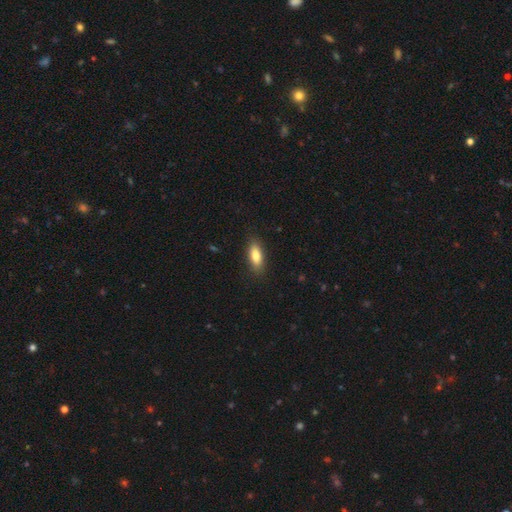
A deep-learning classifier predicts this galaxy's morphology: Q: Smooth or featured?
A: smooth (80%); runner-up: featured or disk (13%)
Q: How rounded?
A: in between (75%); runner-up: cigar-shaped (22%)
Q: Merging?
A: none (87%); runner-up: minor disturbance (10%)